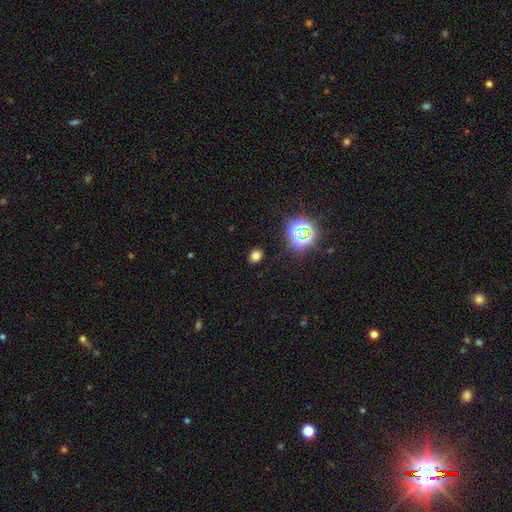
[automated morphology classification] Smooth or featured?
  - smooth: 69% *
  - star or artifact: 25%
  - featured or disk: 6%
How rounded?
  - in between: 53% *
  - round: 45%
  - cigar-shaped: 1%
Merging?
  - none: 85% *
  - minor disturbance: 10%
  - major disturbance: 3%
  - merger: 1%